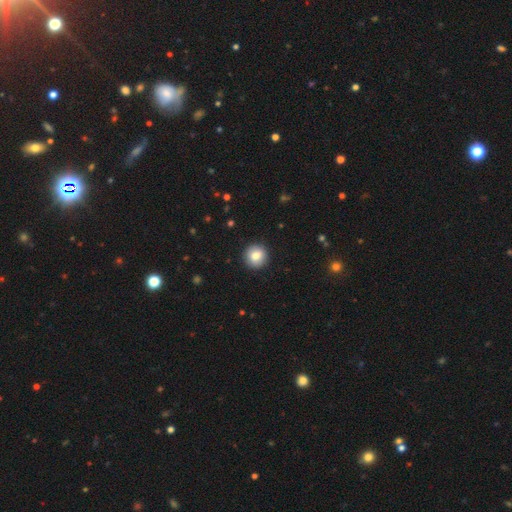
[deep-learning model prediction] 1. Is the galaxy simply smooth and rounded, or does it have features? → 82% smooth, 9% featured or disk, 8% star or artifact.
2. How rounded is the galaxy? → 93% round, 6% in between, 1% cigar-shaped.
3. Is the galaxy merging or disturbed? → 92% none, 6% minor disturbance, 2% major disturbance, 1% merger.